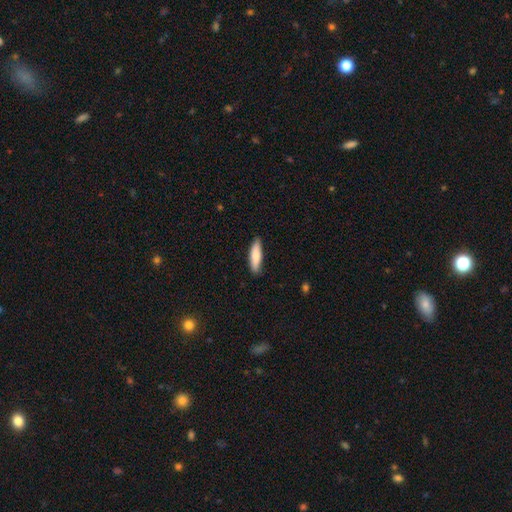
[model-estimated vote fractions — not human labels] A smooth galaxy with no disk features (83%) that is cigar-shaped (63%).

Vote fractions:
- Smooth or featured? smooth: 83% / featured or disk: 12% / star or artifact: 5%
- How rounded? cigar-shaped: 63% / in between: 35% / round: 2%
- Merging? none: 87% / minor disturbance: 10% / major disturbance: 2% / merger: 1%